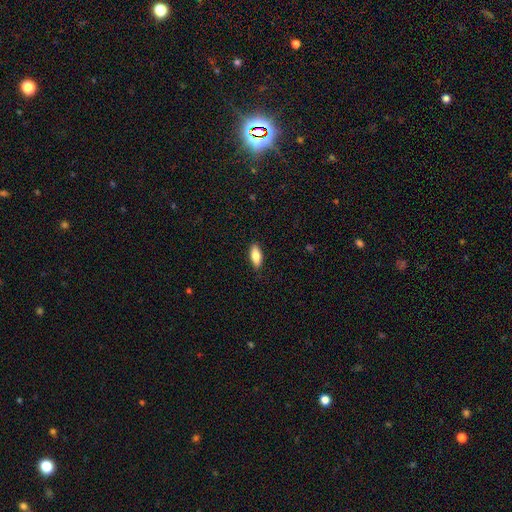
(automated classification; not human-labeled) Smooth or featured: smooth — 82% (featured or disk — 12%)
How rounded: in between — 78% (cigar-shaped — 20%)
Merging: none — 88% (minor disturbance — 10%)